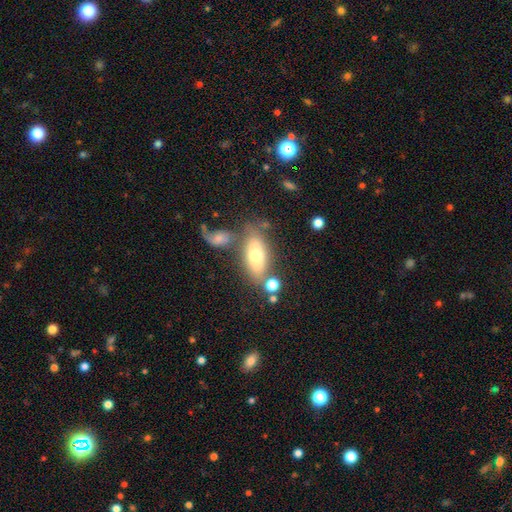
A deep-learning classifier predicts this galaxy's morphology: Q: Smooth or featured?
A: smooth (62%); runner-up: featured or disk (29%)
Q: How rounded?
A: in between (82%); runner-up: cigar-shaped (13%)
Q: Merging?
A: none (60%); runner-up: merger (17%)